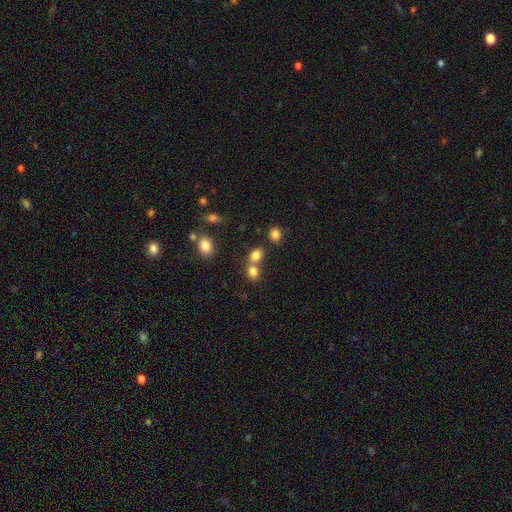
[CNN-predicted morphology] Smooth or featured? Predicted: smooth (p=0.80). How rounded? Predicted: round (p=0.58). Merging? Predicted: none (p=0.46).